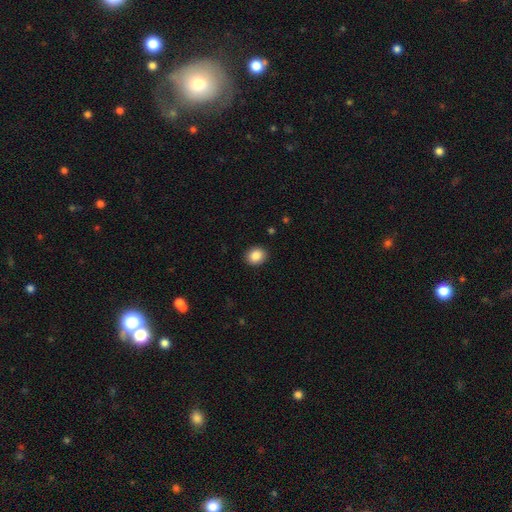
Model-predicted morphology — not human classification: This appears to be a smooth galaxy with no disk features (88%) that is round (66%). Merging: none (91%).